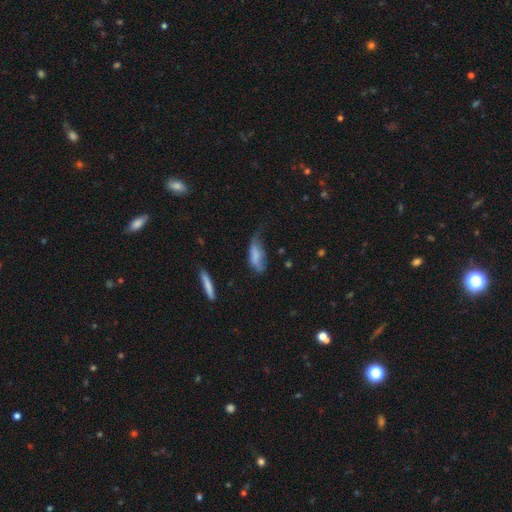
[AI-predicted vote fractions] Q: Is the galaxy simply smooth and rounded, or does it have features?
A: smooth — 71%.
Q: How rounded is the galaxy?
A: in between — 74%.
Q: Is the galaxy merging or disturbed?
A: minor disturbance — 38%.